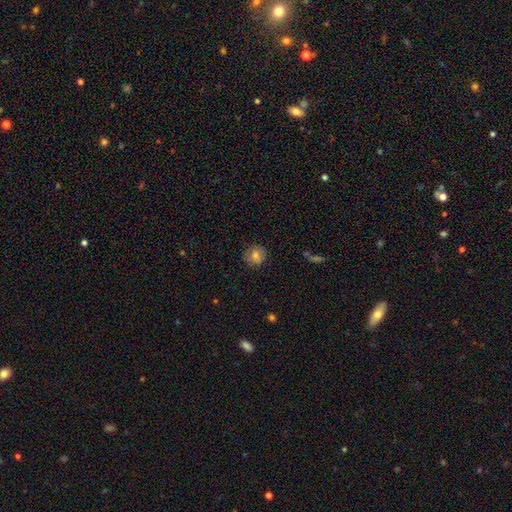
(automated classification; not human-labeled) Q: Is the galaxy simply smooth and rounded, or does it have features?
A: smooth — 67%.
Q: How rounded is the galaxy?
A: round — 88%.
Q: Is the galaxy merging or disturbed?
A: none — 83%.